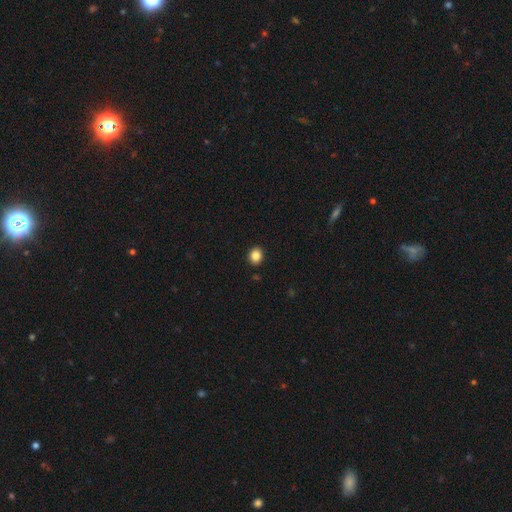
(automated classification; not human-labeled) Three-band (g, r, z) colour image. It shows a smooth galaxy with no disk features (86%) that is round (70%). Merging: none (92%).